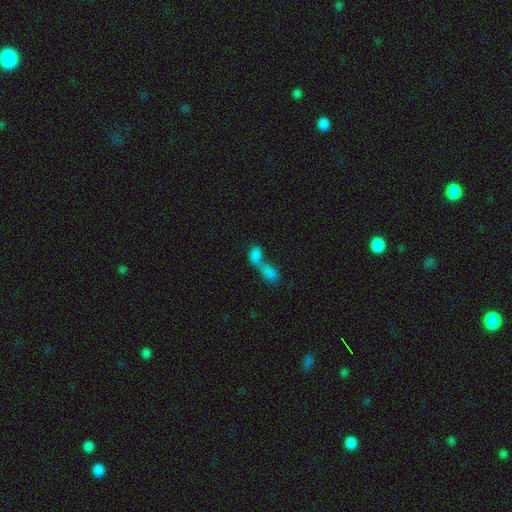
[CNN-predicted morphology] Smooth or featured? smooth (80%)
How rounded? in between (84%)
Merging? merger (79%)